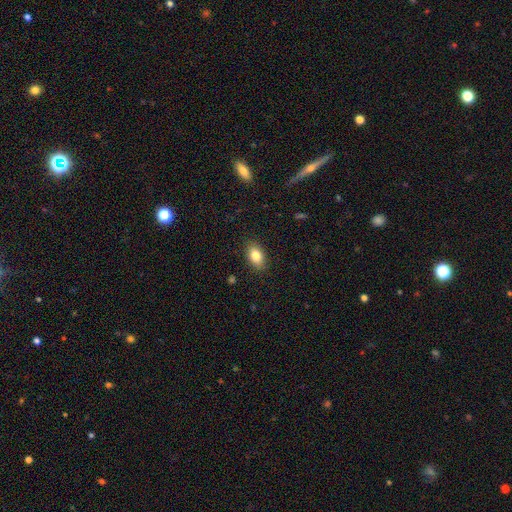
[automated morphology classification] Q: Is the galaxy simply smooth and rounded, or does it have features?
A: smooth — 84%.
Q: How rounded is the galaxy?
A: in between — 88%.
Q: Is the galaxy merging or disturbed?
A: none — 88%.